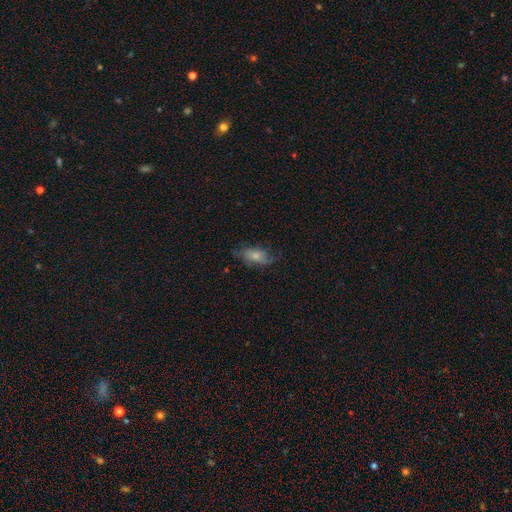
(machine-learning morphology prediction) Q: Smooth or featured?
A: smooth (57%); runner-up: featured or disk (35%)
Q: How rounded?
A: in between (87%); runner-up: cigar-shaped (8%)
Q: Merging?
A: none (57%); runner-up: minor disturbance (27%)